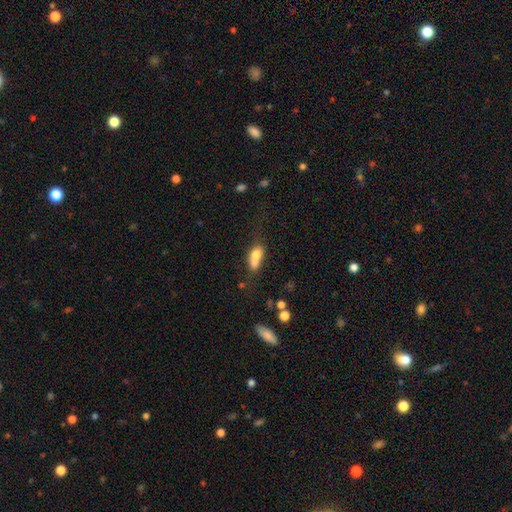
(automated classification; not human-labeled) Q: Smooth or featured?
A: smooth (69%); runner-up: featured or disk (21%)
Q: How rounded?
A: in between (66%); runner-up: round (26%)
Q: Merging?
A: merger (64%); runner-up: none (20%)